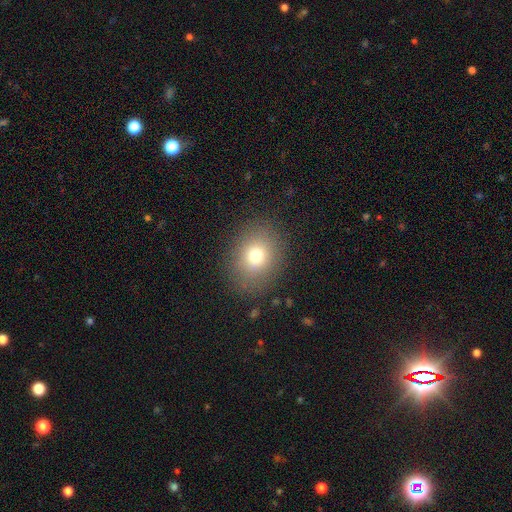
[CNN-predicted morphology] Smooth or featured?
  - smooth: 73% *
  - star or artifact: 15%
  - featured or disk: 12%
How rounded?
  - round: 57% *
  - in between: 42%
  - cigar-shaped: 1%
Merging?
  - none: 85% *
  - minor disturbance: 9%
  - major disturbance: 4%
  - merger: 1%